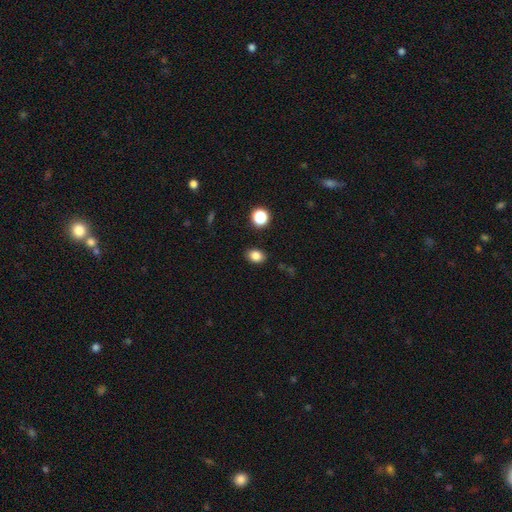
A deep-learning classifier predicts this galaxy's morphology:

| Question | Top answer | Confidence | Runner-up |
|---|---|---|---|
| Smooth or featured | smooth | 83% | star or artifact (12%) |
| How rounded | in between | 68% | round (30%) |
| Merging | none | 87% | minor disturbance (9%) |